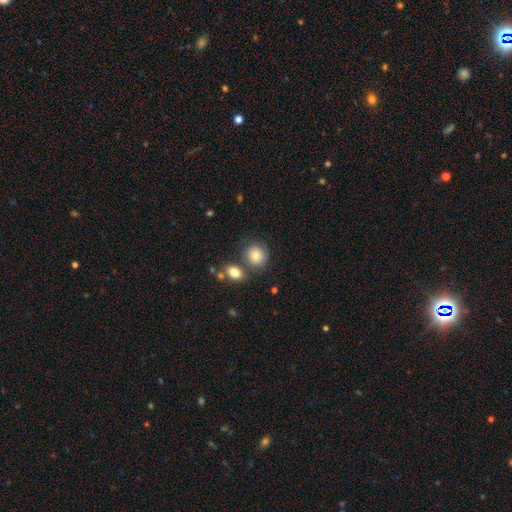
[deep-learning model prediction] This appears to be a smooth galaxy with no disk features (81%) that is round (74%). Merging: none (64%).